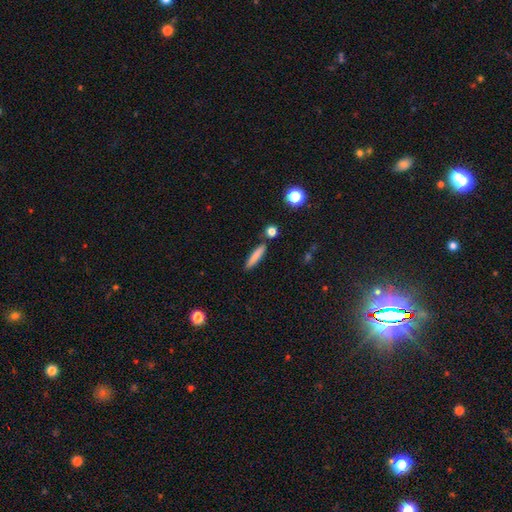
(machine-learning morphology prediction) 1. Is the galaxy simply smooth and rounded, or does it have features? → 82% smooth, 11% featured or disk, 7% star or artifact.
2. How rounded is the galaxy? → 86% cigar-shaped, 12% in between, 2% round.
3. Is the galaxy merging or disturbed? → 84% none, 9% minor disturbance, 5% merger, 2% major disturbance.